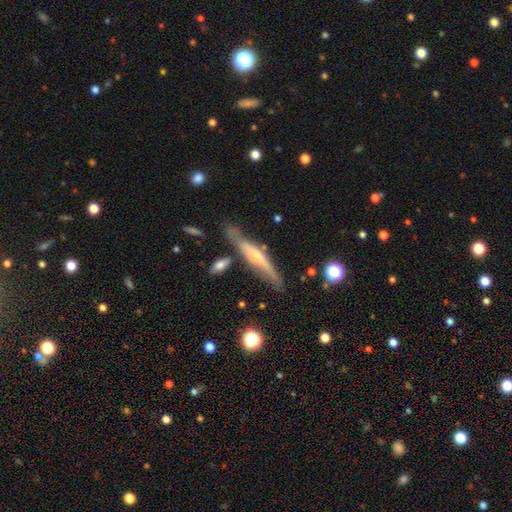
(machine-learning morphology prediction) Q: Smooth or featured?
A: featured or disk (65%); runner-up: smooth (28%)
Q: Edge-on disk?
A: yes (87%); runner-up: no (13%)
Q: Edge-on bulge?
A: rounded (64%); runner-up: none (23%)
Q: Merging?
A: none (68%); runner-up: minor disturbance (19%)